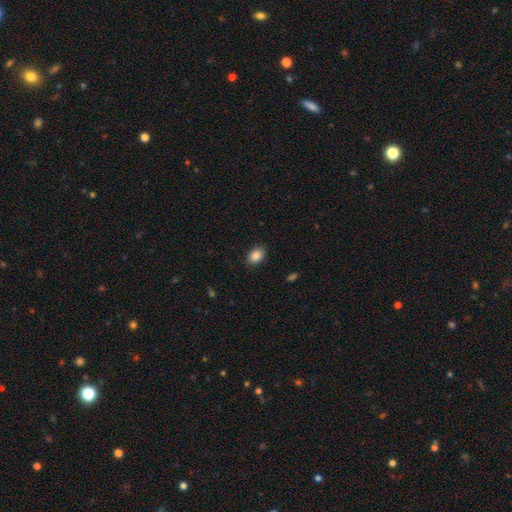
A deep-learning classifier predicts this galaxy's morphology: This appears to be a smooth galaxy with no disk features (87%) that is in between round and cigar-shaped (78%). Merging: none (88%).